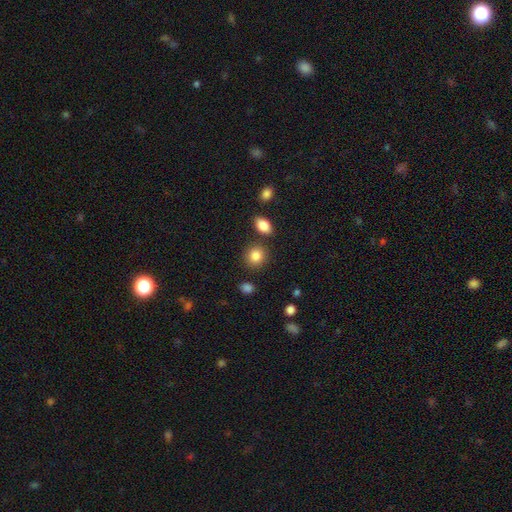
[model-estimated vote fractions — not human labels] smooth 86%, star or artifact 9%, featured or disk 5%. Down the decision tree: how rounded — round (81%); merging — none (83%).